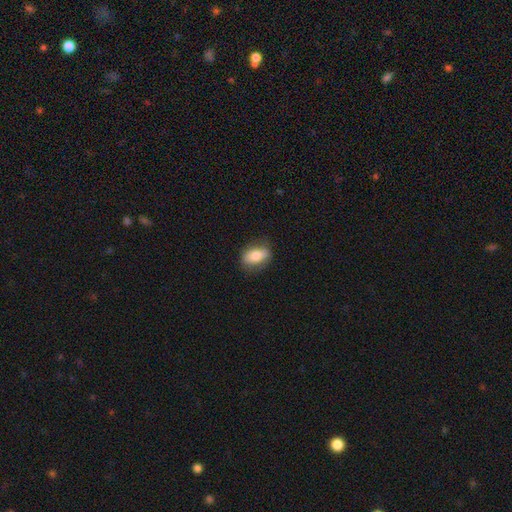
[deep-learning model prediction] The model was most divided on "smooth or featured": smooth: 75%, featured or disk: 18%, star or artifact: 7%. More confident: how rounded — in between (84%); merging — none (77%).